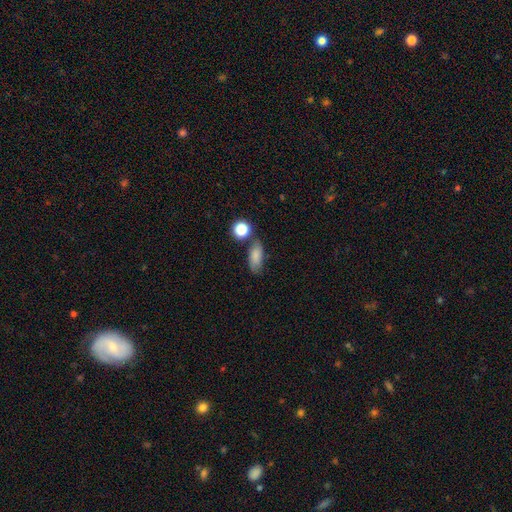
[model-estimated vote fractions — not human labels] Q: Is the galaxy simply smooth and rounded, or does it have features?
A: smooth — 77%.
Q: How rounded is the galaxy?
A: in between — 81%.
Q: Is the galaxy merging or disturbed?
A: none — 65%.